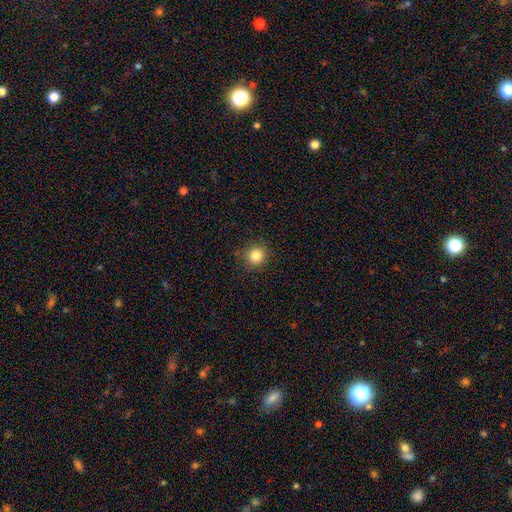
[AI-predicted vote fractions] Smooth or featured: smooth — 84% (star or artifact — 11%)
How rounded: round — 91% (in between — 8%)
Merging: none — 87% (minor disturbance — 9%)